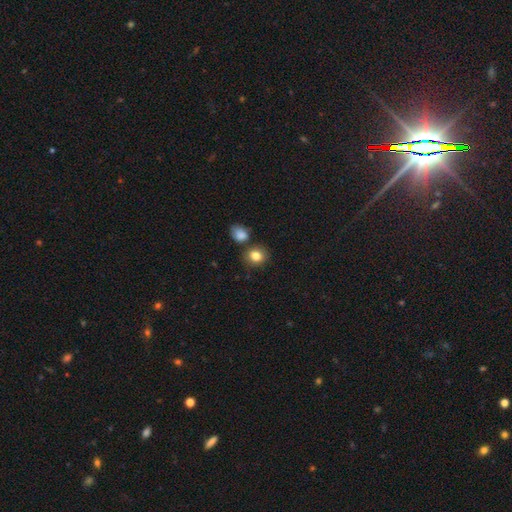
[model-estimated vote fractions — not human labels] A smooth galaxy with no disk features (84%) that is round (69%). Merging: none (73%).